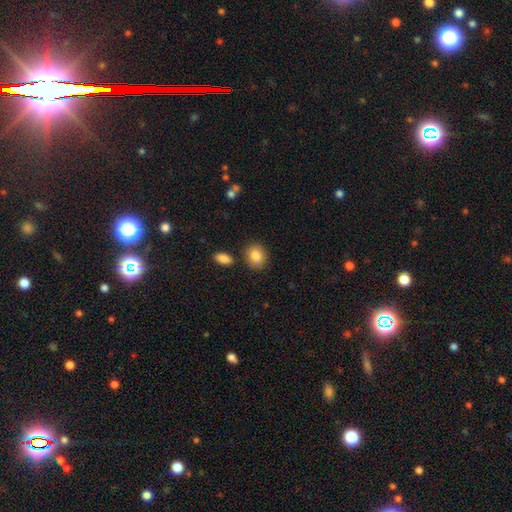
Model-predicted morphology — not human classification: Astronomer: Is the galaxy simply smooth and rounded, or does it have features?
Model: smooth — 85%.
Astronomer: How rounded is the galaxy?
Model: round — 66%.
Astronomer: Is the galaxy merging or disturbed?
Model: none — 82%.